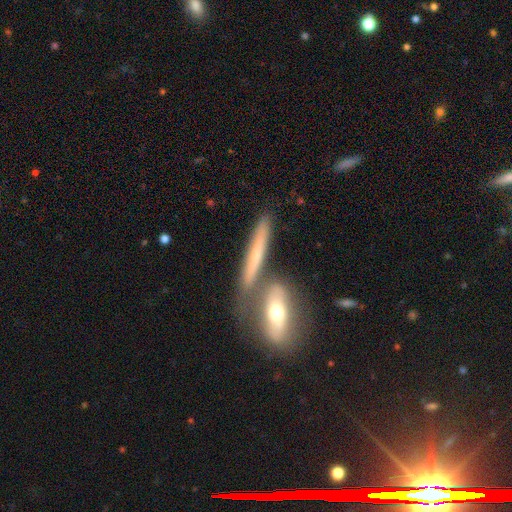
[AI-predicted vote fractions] Smooth or featured?
  - smooth: 51% *
  - featured or disk: 42%
  - star or artifact: 7%
How rounded?
  - cigar-shaped: 85% *
  - in between: 11%
  - round: 3%
Merging?
  - none: 62% *
  - merger: 24%
  - minor disturbance: 10%
  - major disturbance: 3%